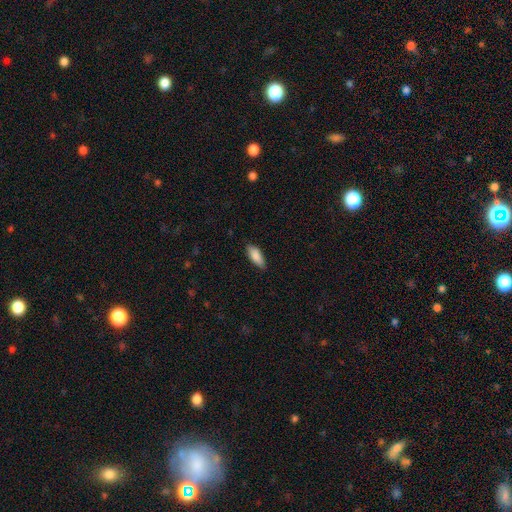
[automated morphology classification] Q: Smooth or featured?
A: smooth (88%); runner-up: featured or disk (7%)
Q: How rounded?
A: in between (77%); runner-up: cigar-shaped (21%)
Q: Merging?
A: none (84%); runner-up: minor disturbance (13%)